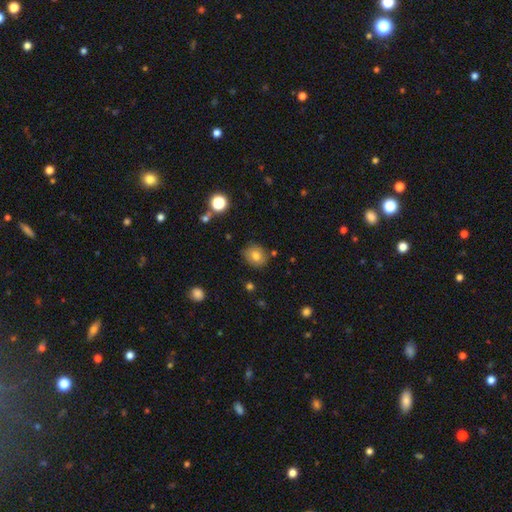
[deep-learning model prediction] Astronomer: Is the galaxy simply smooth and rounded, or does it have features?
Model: smooth — 77%.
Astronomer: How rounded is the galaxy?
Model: round — 62%.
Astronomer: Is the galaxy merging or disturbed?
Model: none — 79%.